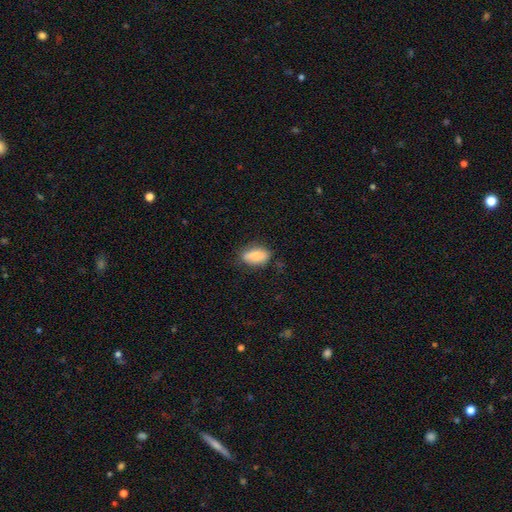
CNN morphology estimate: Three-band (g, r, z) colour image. It shows a smooth galaxy with no disk features (83%) that is in between round and cigar-shaped (87%). Merging: none (71%).